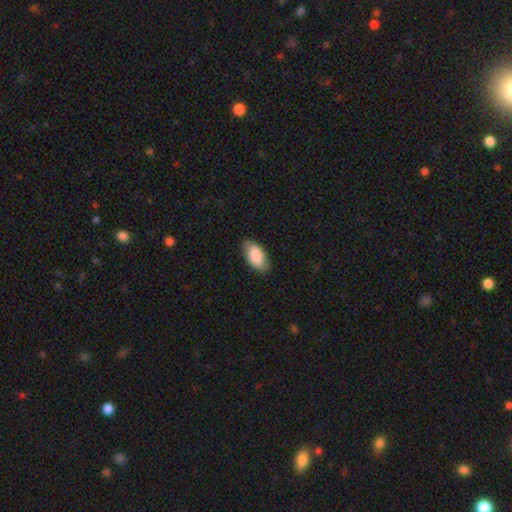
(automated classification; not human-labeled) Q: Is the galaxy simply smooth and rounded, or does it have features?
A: smooth — 86%.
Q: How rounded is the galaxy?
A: in between — 94%.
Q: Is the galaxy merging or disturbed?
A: none — 83%.